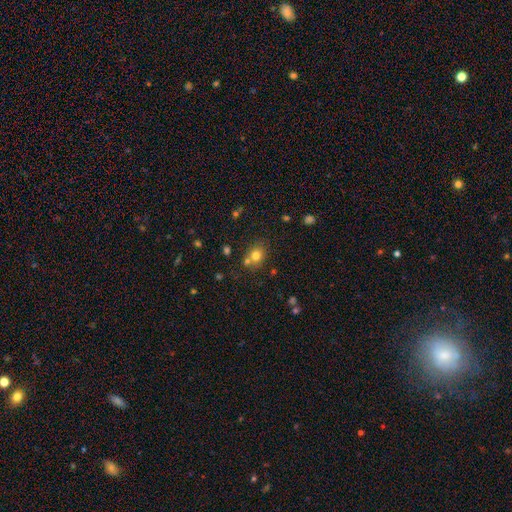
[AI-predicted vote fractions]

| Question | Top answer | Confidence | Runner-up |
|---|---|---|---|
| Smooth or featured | smooth | 74% | star or artifact (15%) |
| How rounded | round | 64% | in between (35%) |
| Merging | none | 62% | merger (23%) |